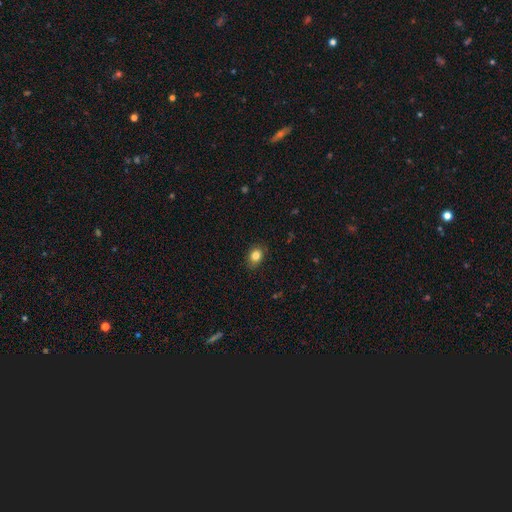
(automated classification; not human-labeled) smooth-or-featured: smooth: 83% | star or artifact: 10% | featured or disk: 8%
  how-rounded: in between: 59% | round: 40% | cigar-shaped: 1%
  merging: none: 83% | minor disturbance: 13% | major disturbance: 3% | merger: 1%